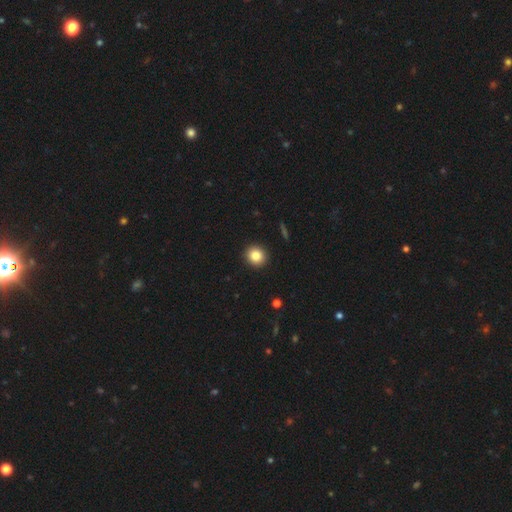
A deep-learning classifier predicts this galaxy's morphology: type=smooth (84%); roundness=round (88%); merging=none (93%).